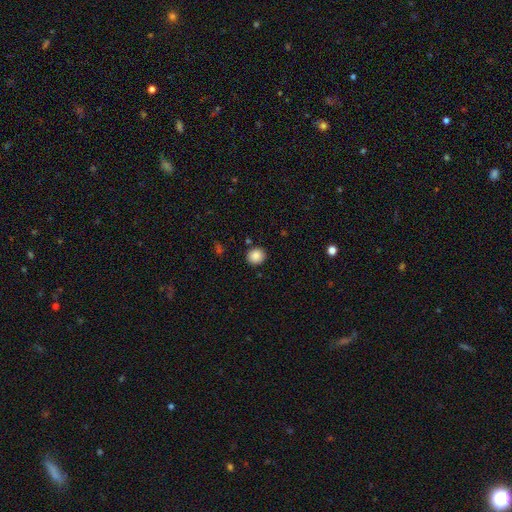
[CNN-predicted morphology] smooth_or_featured: smooth (p=0.88) [alt: star or artifact p=0.09]
how_rounded: round (p=0.87) [alt: in between p=0.12]
merging: none (p=0.88) [alt: minor disturbance p=0.07]